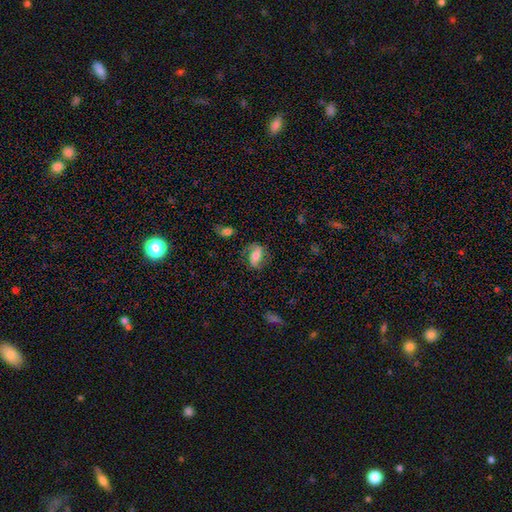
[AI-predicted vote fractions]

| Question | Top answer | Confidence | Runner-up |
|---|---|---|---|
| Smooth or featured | smooth | 52% | featured or disk (40%) |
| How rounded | in between | 83% | round (11%) |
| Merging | none | 65% | minor disturbance (20%) |